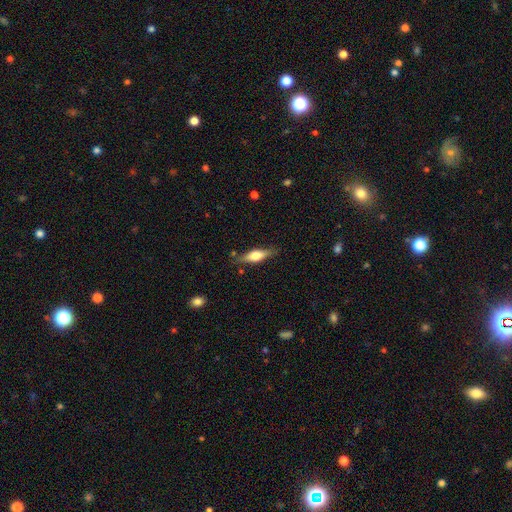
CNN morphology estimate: type=smooth (48%); merging=none (81%).